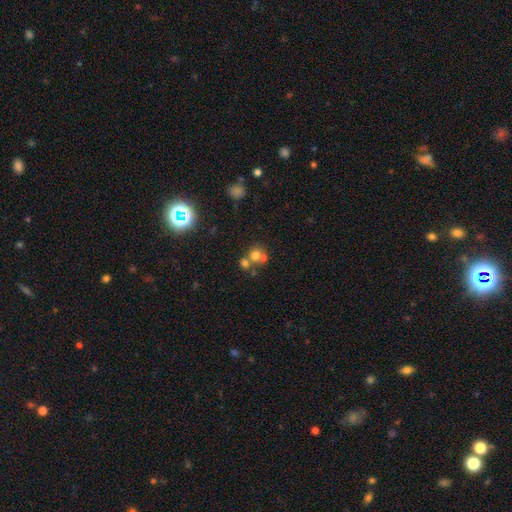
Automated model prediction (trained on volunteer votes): Q: Smooth or featured?
A: smooth (66%); runner-up: star or artifact (17%)
Q: How rounded?
A: round (83%); runner-up: in between (16%)
Q: Merging?
A: merger (47%); runner-up: none (40%)